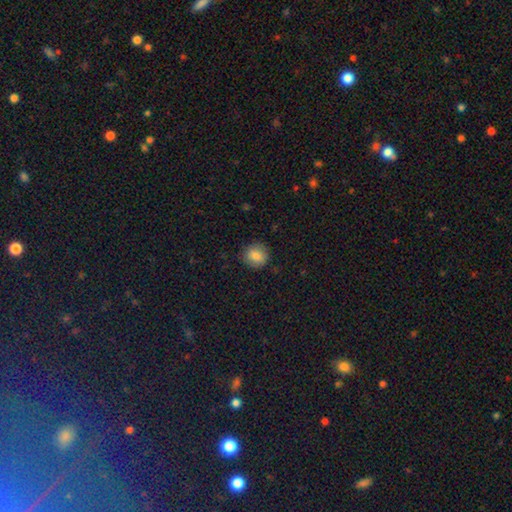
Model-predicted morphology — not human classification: smooth_or_featured: smooth (p=0.85) [alt: star or artifact p=0.09]
how_rounded: round (p=0.87) [alt: in between p=0.12]
merging: none (p=0.86) [alt: minor disturbance p=0.10]